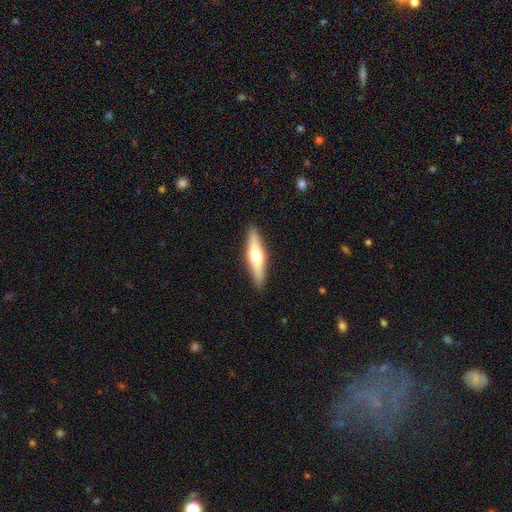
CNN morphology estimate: A featured or disk galaxy (51%) viewed edge-on (93%). Merging: none (90%).